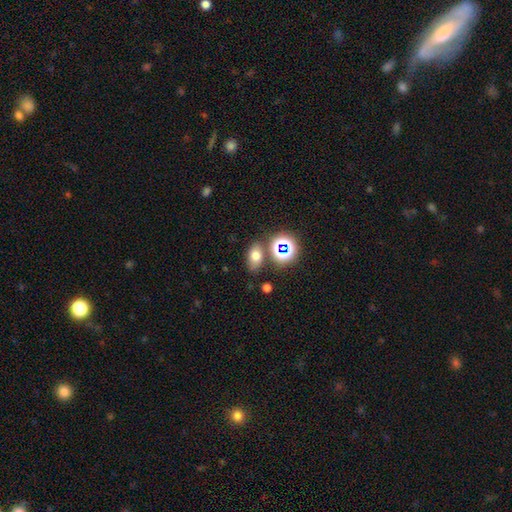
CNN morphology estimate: The model was most divided on "smooth or featured": smooth: 67%, star or artifact: 21%, featured or disk: 12%. More confident: how rounded — in between (79%); merging — none (72%).